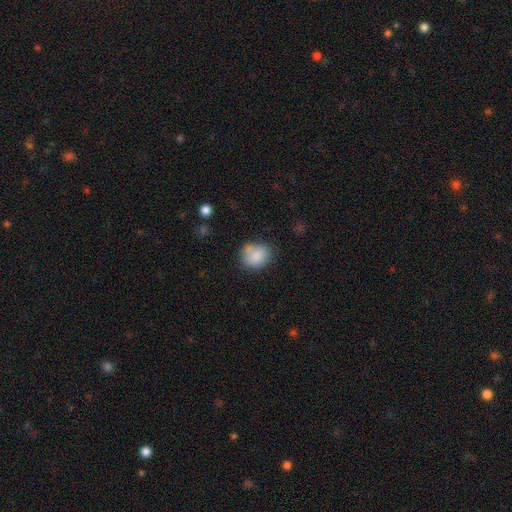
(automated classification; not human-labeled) A smooth galaxy with no disk features (82%) that is round (58%). Merging: none (58%).